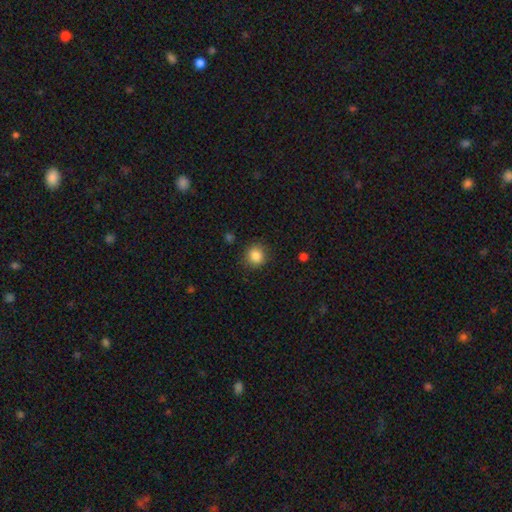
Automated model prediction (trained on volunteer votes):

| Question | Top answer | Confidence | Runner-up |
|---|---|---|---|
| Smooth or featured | smooth | 85% | star or artifact (10%) |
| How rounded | round | 88% | in between (11%) |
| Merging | none | 88% | minor disturbance (8%) |